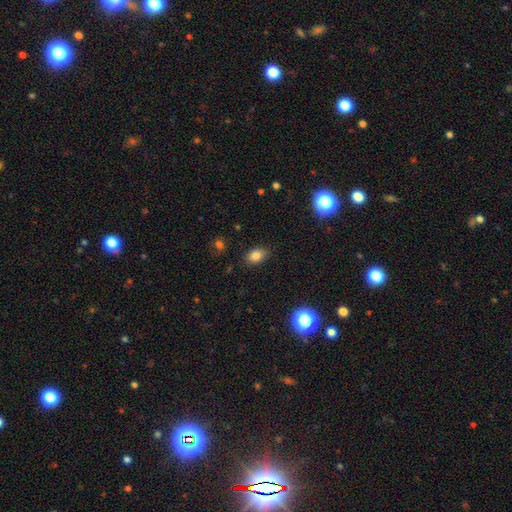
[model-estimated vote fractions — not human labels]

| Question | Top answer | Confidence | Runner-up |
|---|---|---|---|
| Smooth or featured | smooth | 83% | star or artifact (11%) |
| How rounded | in between | 84% | round (15%) |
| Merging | none | 84% | minor disturbance (12%) |